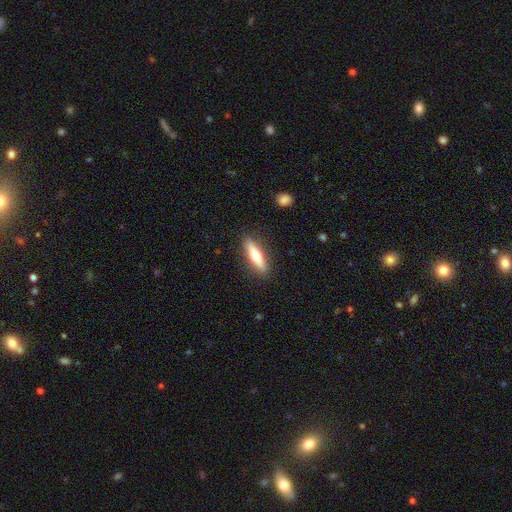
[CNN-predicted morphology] This is possibly a smooth galaxy (56%). How rounded: likely cigar-shaped (69%). Merging: clearly none (89%).